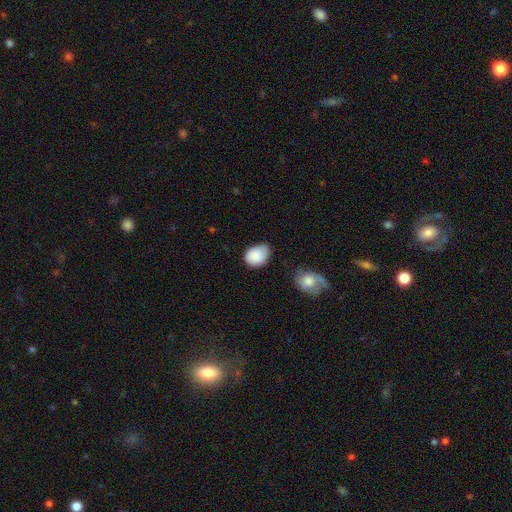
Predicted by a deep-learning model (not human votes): A smooth galaxy with no disk features (87%) that is in between round and cigar-shaped (64%). Merging: none (55%).